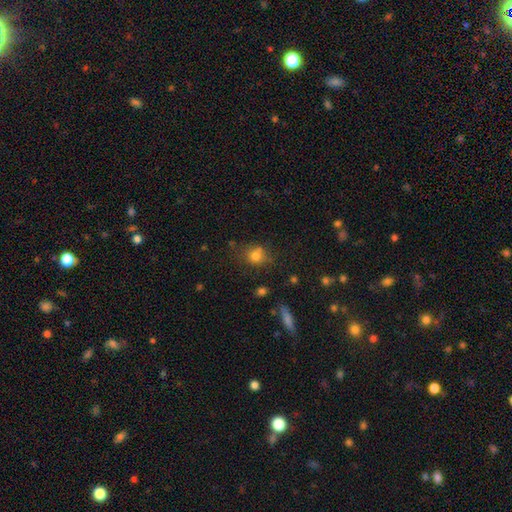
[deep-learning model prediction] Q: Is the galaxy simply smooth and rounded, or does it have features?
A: smooth — 76%.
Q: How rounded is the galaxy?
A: round — 69%.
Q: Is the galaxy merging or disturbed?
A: none — 63%.